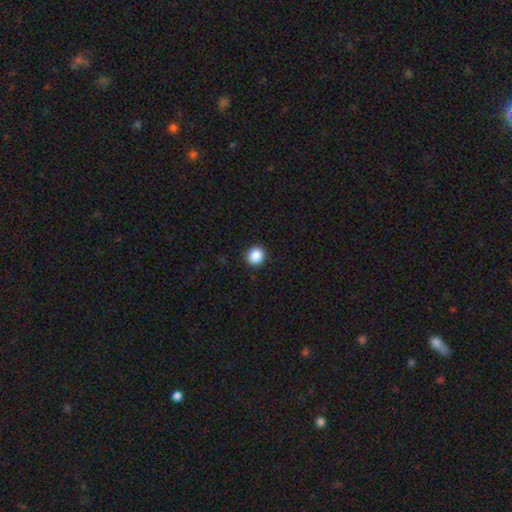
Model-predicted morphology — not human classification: smooth 88%, star or artifact 9%, featured or disk 3%. Down the decision tree: how rounded — round (90%); merging — none (92%).